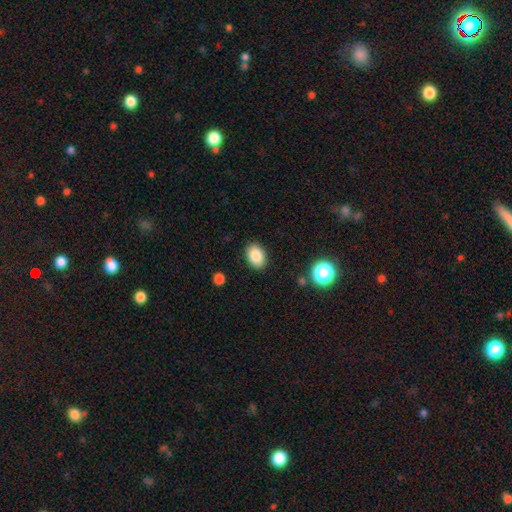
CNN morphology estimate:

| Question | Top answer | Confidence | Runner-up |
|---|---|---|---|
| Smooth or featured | smooth | 85% | star or artifact (9%) |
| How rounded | in between | 79% | round (20%) |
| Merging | none | 88% | minor disturbance (9%) |